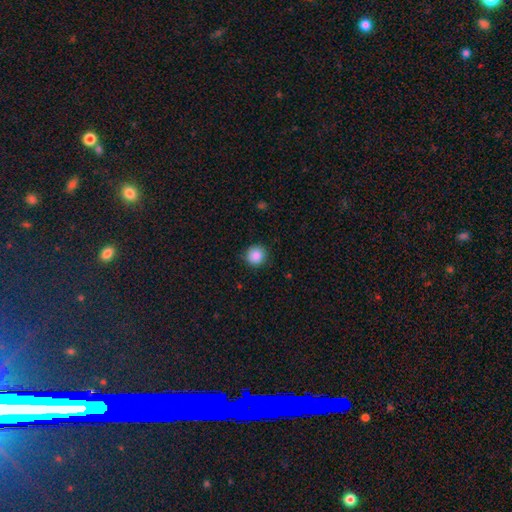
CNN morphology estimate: smooth 87%, star or artifact 9%, featured or disk 4%. Down the decision tree: how rounded — round (94%); merging — none (85%).